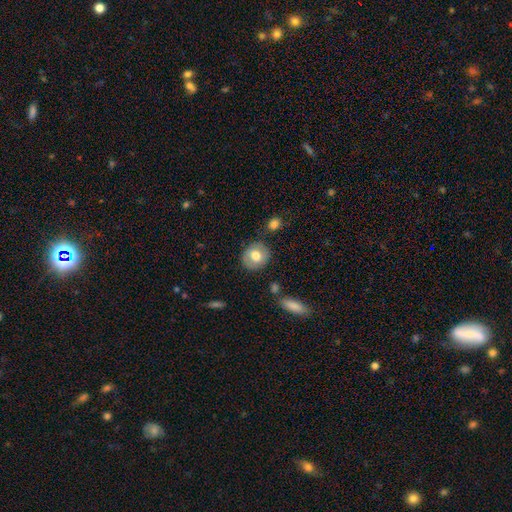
A smooth galaxy with no disk features (69%) that is round (76%). Merging: none (83%).